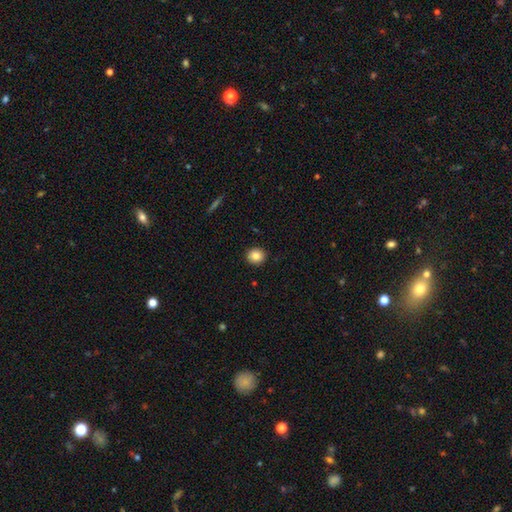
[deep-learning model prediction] Q: Smooth or featured?
A: smooth (84%); runner-up: star or artifact (10%)
Q: How rounded?
A: round (84%); runner-up: in between (15%)
Q: Merging?
A: none (92%); runner-up: minor disturbance (6%)